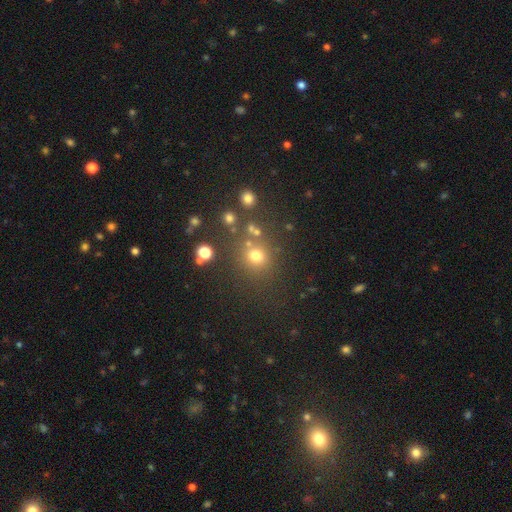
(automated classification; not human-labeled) smooth 71%, star or artifact 21%, featured or disk 8%. Down the decision tree: how rounded — round (87%); merging — none (74%).